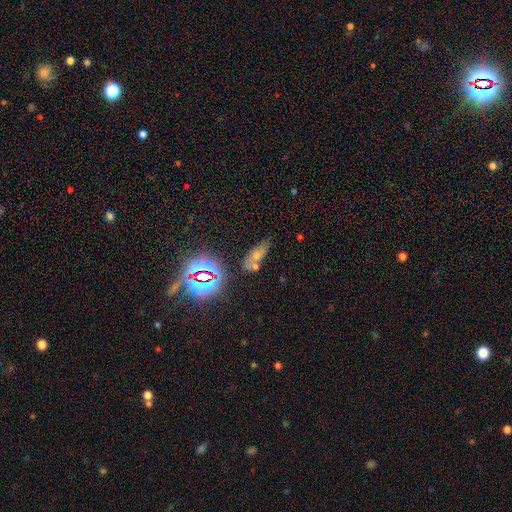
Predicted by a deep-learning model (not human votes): Overall: smooth (55%; star or artifact 27%). How rounded: in between (71%). Merging: none (52%; merger 24%).